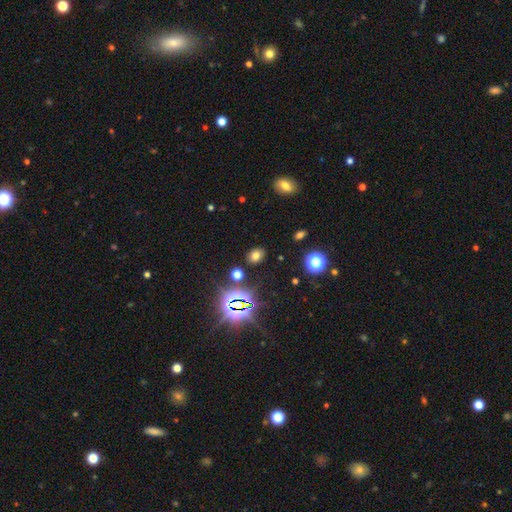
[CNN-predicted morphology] A smooth galaxy with no disk features (63%) that is in between round and cigar-shaped (63%). Merging: none (85%).